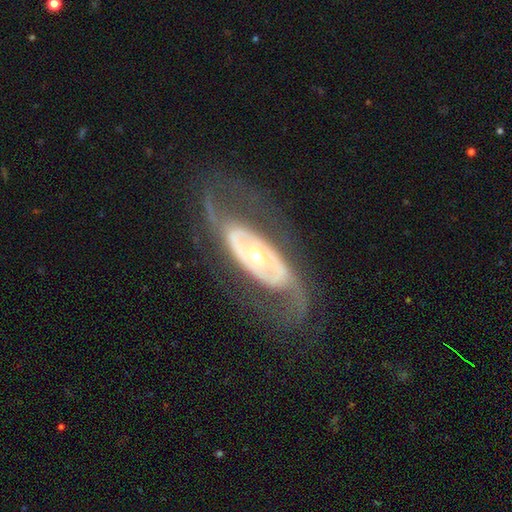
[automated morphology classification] type=featured or disk (85%); edge-on=no (90%); bar=no (63%); spiral arms=yes (75%); winding=medium (41%); arm count=2 (78%); bulge=small (52%); merging=none (67%).